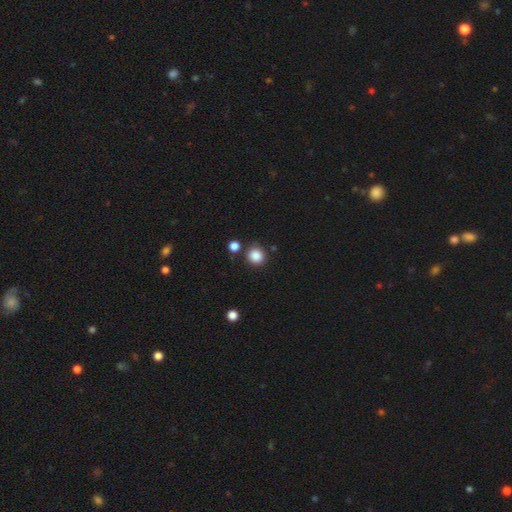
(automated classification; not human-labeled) Smooth or featured: smooth — 86% (star or artifact — 10%)
How rounded: round — 90% (in between — 9%)
Merging: none — 83% (minor disturbance — 8%)